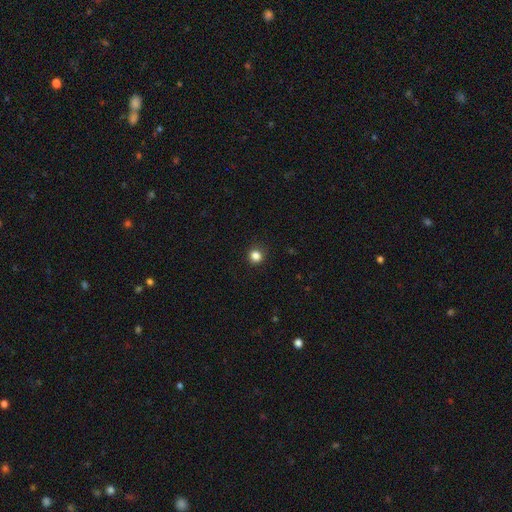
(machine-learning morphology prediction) A smooth galaxy with no disk features (84%) that is round (92%).

Vote fractions:
- Smooth or featured? smooth: 84% / star or artifact: 13% / featured or disk: 4%
- How rounded? round: 92% / in between: 7% / cigar-shaped: 1%
- Merging? none: 90% / minor disturbance: 7% / major disturbance: 2% / merger: 1%